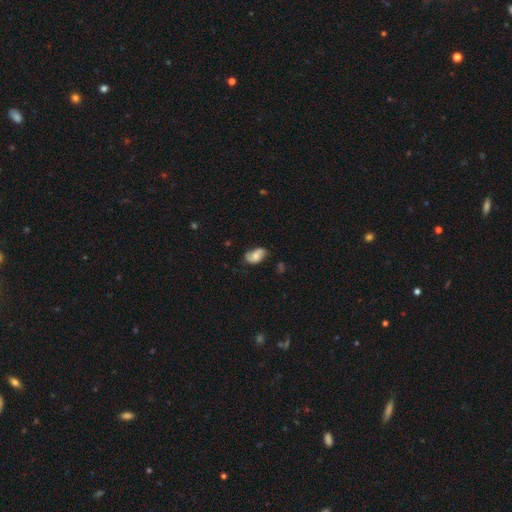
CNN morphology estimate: Smooth or featured? smooth (46%, tied with featured or disk)
Merging? none (61%)